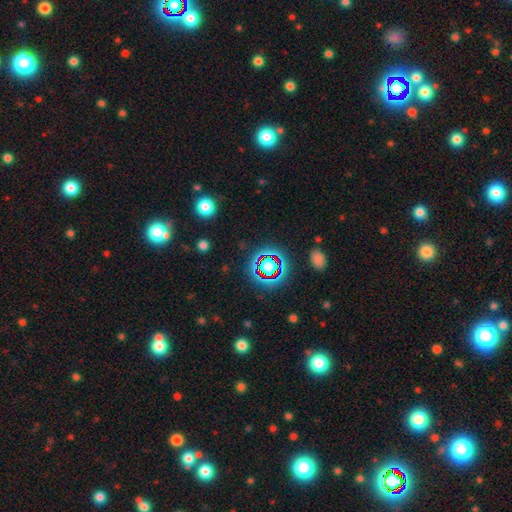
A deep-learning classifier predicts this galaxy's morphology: Smooth or featured? star or artifact (74%)